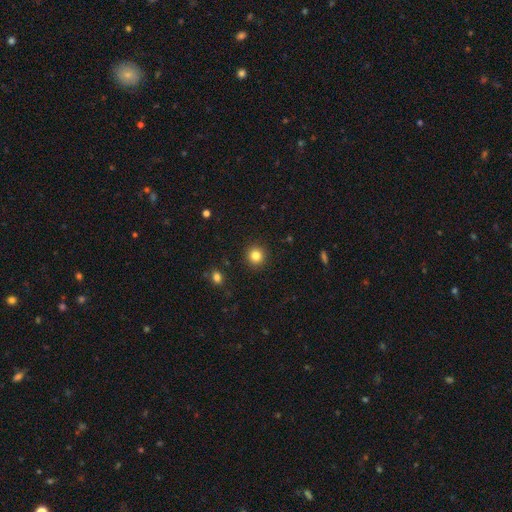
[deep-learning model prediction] A smooth galaxy with no disk features (83%) that is round (92%). Merging: none (91%).